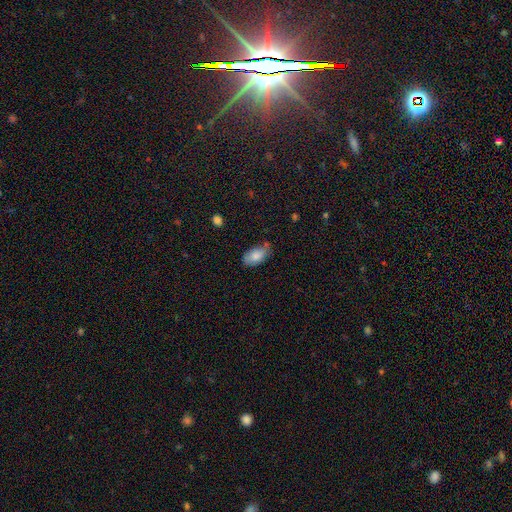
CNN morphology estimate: smooth_or_featured: smooth (p=0.83) [alt: featured or disk p=0.10]
how_rounded: in between (p=0.94) [alt: round p=0.04]
merging: none (p=0.66) [alt: minor disturbance p=0.25]